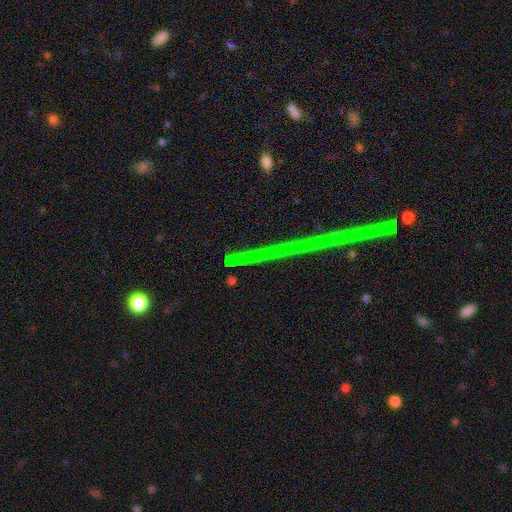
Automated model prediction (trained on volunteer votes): Overall: star or artifact (77%).